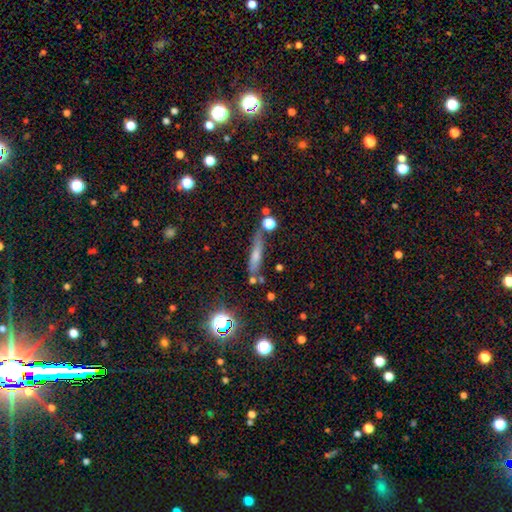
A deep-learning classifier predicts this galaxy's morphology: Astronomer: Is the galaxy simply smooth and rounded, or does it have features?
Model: smooth — 44% (runner-up: featured or disk, 36%).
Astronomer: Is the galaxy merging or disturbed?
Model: none — 70%.